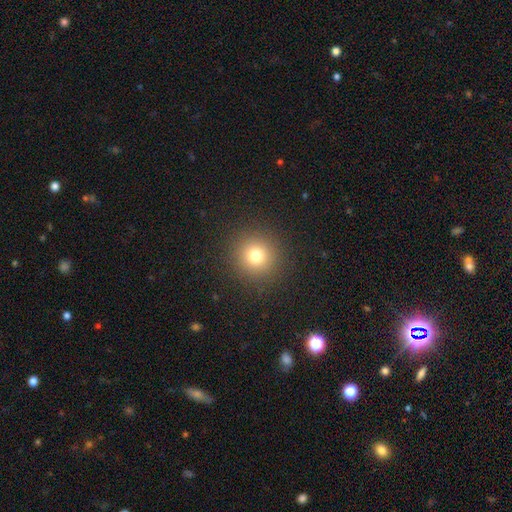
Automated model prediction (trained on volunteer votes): Q: Smooth or featured?
A: smooth (77%); runner-up: star or artifact (15%)
Q: How rounded?
A: round (94%); runner-up: in between (5%)
Q: Merging?
A: none (91%); runner-up: minor disturbance (5%)